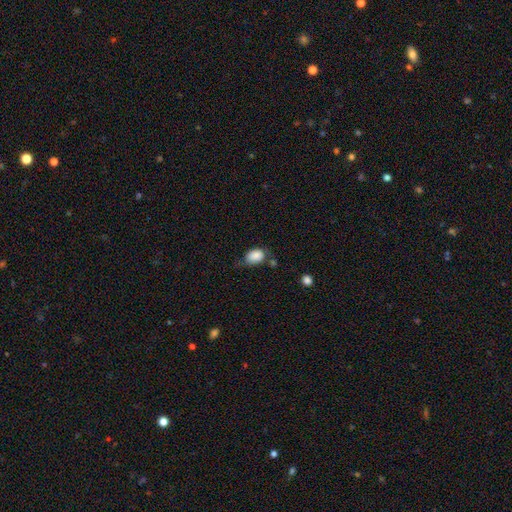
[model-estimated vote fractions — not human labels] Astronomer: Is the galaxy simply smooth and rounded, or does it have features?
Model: smooth — 85%.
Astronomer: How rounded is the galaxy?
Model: in between — 79%.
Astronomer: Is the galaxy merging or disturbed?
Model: none — 46% (runner-up: minor disturbance, 34%).